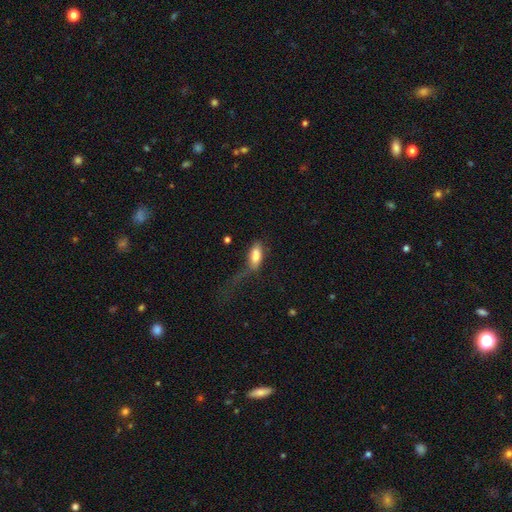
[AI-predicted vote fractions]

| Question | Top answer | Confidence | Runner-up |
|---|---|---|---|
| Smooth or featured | smooth | 80% | featured or disk (13%) |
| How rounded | in between | 82% | cigar-shaped (15%) |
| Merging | major disturbance | 44% | none (29%) |